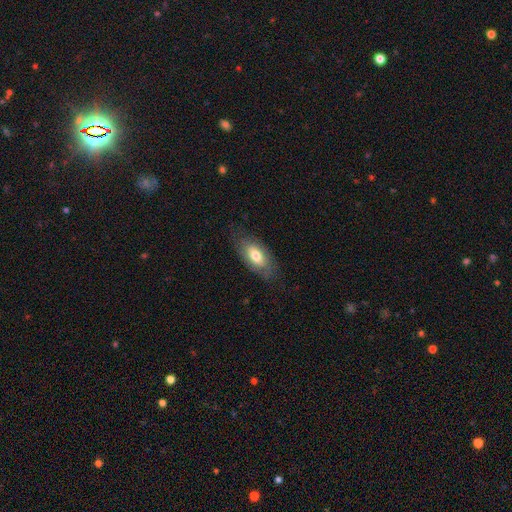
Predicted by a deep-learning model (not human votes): Smooth or featured? smooth (65%)
How rounded? in between (90%)
Merging? none (75%)